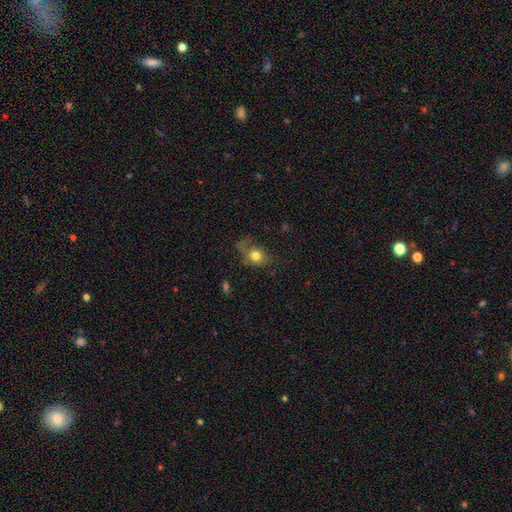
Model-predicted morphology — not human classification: smooth_or_featured: smooth (p=0.74) [alt: featured or disk p=0.16]
how_rounded: round (p=0.55) [alt: in between p=0.44]
merging: none (p=0.43) [alt: minor disturbance p=0.27]